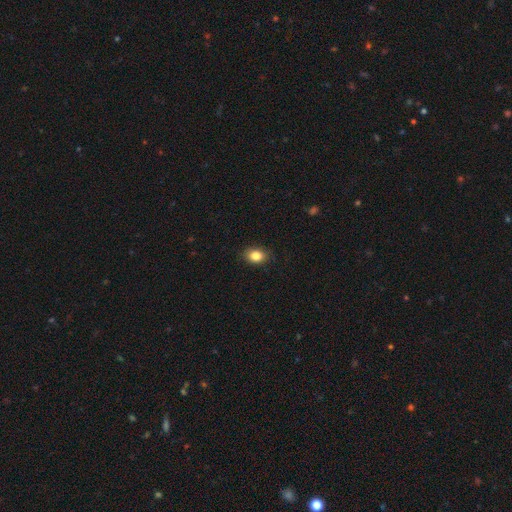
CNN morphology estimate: Smooth or featured: smooth — 84% (star or artifact — 10%)
How rounded: in between — 68% (round — 31%)
Merging: none — 87% (minor disturbance — 10%)